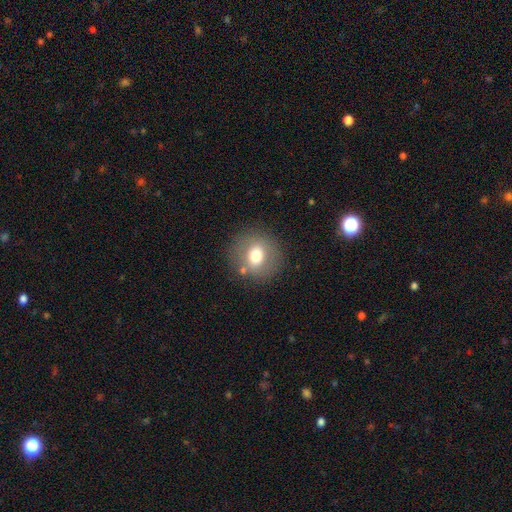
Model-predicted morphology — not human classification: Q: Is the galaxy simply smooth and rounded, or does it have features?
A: smooth — 69%.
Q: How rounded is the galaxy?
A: round — 86%.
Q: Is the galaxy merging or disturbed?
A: none — 82%.